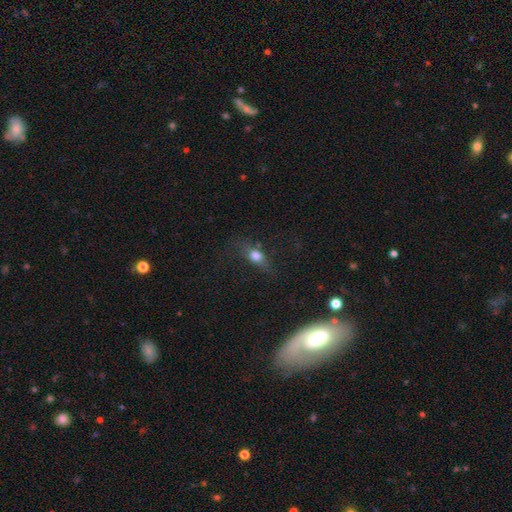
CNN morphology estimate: Smooth or featured? Predicted: smooth (p=0.68). How rounded? Predicted: in between (p=0.59). Merging? Predicted: none (p=0.58).